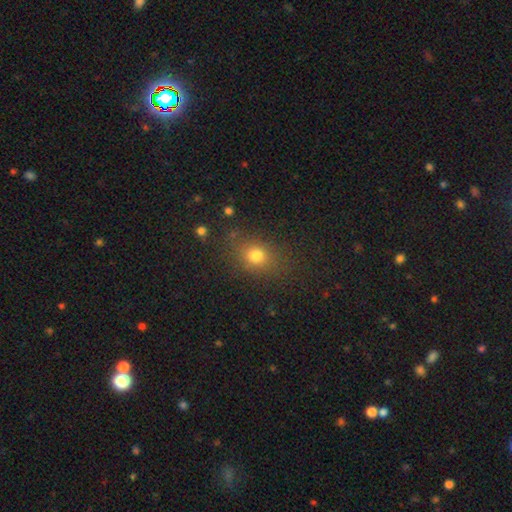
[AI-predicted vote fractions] Smooth or featured: smooth — 75% (star or artifact — 16%)
How rounded: round — 54% (in between — 43%)
Merging: none — 78% (minor disturbance — 13%)